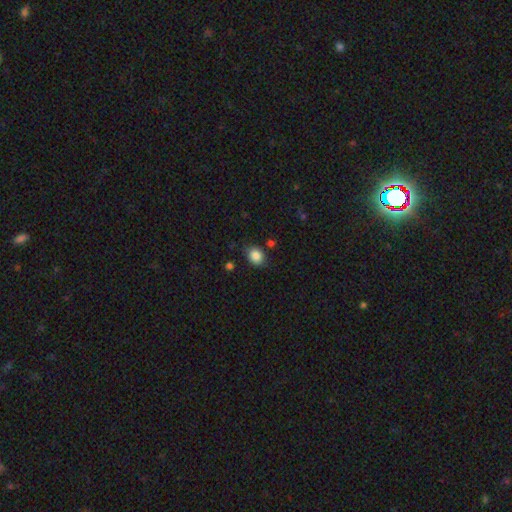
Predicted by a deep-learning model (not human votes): smooth-or-featured: smooth: 85% | star or artifact: 10% | featured or disk: 5%
  how-rounded: round: 54% | in between: 45% | cigar-shaped: 1%
  merging: none: 81% | minor disturbance: 13% | merger: 3% | major disturbance: 3%